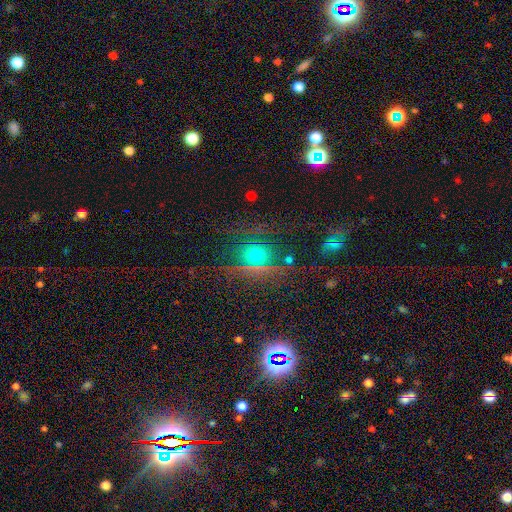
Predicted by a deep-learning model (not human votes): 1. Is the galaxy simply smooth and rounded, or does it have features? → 47% smooth, 34% star or artifact, 19% featured or disk.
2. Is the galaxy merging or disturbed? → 76% none, 13% minor disturbance, 7% major disturbance, 5% merger.